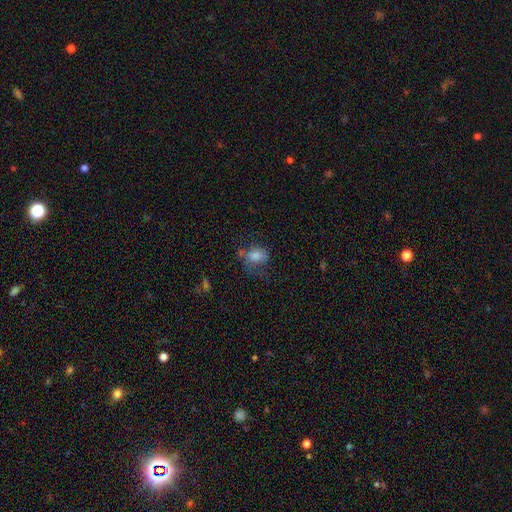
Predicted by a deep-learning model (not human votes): smooth-or-featured: smooth: 72% | featured or disk: 16% | star or artifact: 11%
  how-rounded: in between: 63% | round: 36% | cigar-shaped: 2%
  merging: none: 40% | minor disturbance: 28% | major disturbance: 25% | merger: 7%